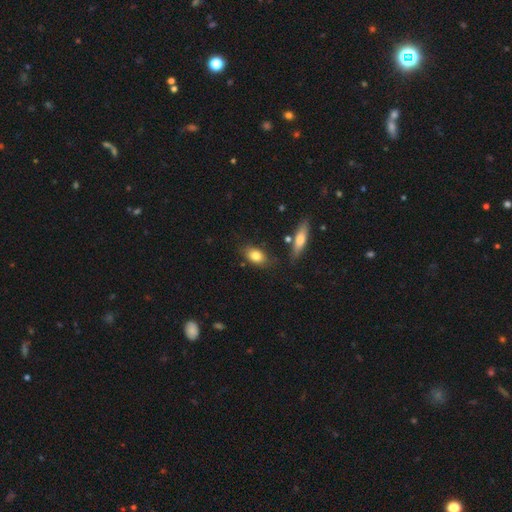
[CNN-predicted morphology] smooth-or-featured: smooth: 80% | featured or disk: 13% | star or artifact: 7%
  how-rounded: in between: 84% | round: 10% | cigar-shaped: 6%
  merging: none: 75% | minor disturbance: 15% | merger: 6% | major disturbance: 4%